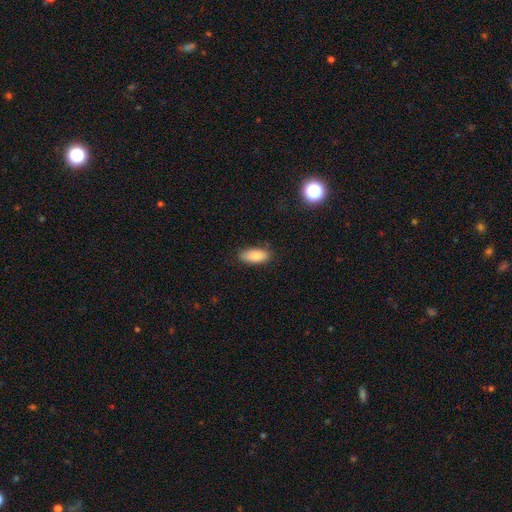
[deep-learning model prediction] Smooth or featured? Predicted: smooth (p=0.86). How rounded? Predicted: in between (p=0.87). Merging? Predicted: none (p=0.81).